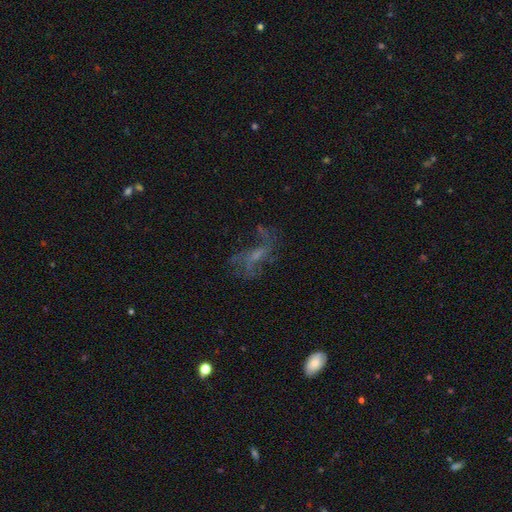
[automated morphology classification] Smooth or featured?
  - featured or disk: 60% *
  - star or artifact: 20%
  - smooth: 19%
Edge-on disk?
  - no: 94% *
  - yes: 6%
Bar?
  - no: 57% *
  - weak: 34%
  - strong: 9%
Spiral arms?
  - yes: 61% *
  - no: 39%
Bulge size?
  - small: 40% *
  - none: 34%
  - moderate: 23%
  - large: 3%
  - dominant: 1%
Merging?
  - none: 50% *
  - major disturbance: 30%
  - minor disturbance: 16%
  - merger: 4%